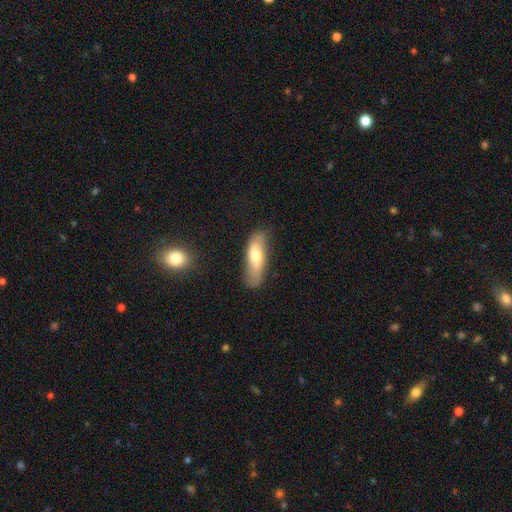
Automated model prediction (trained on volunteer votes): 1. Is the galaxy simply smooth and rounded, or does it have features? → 59% smooth, 34% featured or disk, 6% star or artifact.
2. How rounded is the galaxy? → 58% in between, 39% cigar-shaped, 3% round.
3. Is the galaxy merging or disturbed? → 66% none, 25% minor disturbance, 7% major disturbance, 2% merger.